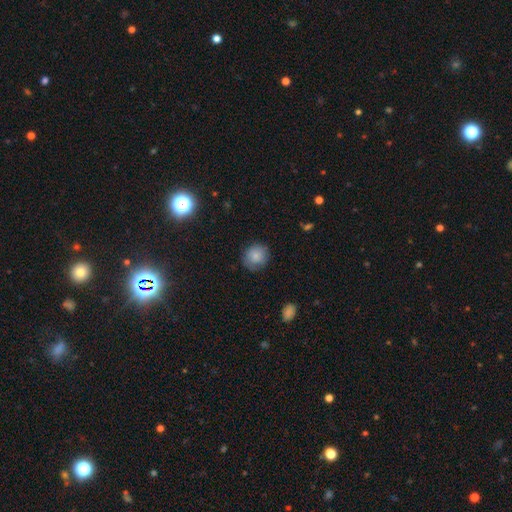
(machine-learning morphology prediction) Smooth or featured?
  - smooth: 81% *
  - featured or disk: 10%
  - star or artifact: 9%
How rounded?
  - round: 88% *
  - in between: 11%
  - cigar-shaped: 1%
Merging?
  - none: 77% *
  - minor disturbance: 17%
  - major disturbance: 4%
  - merger: 1%